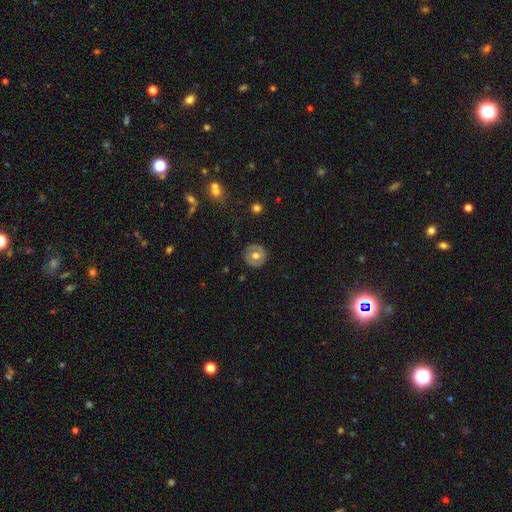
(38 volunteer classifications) A smooth galaxy with no disk features (66%) that is round (100%). Merging: none (97%).